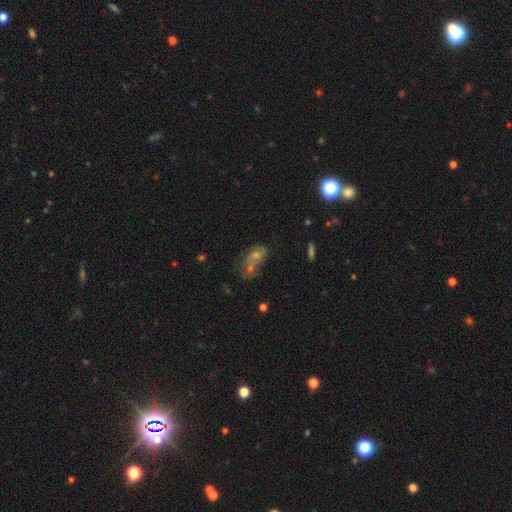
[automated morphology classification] Smooth or featured?
  - smooth: 42% *
  - featured or disk: 30%
  - star or artifact: 28%
Merging?
  - merger: 45% *
  - none: 31%
  - minor disturbance: 13%
  - major disturbance: 11%